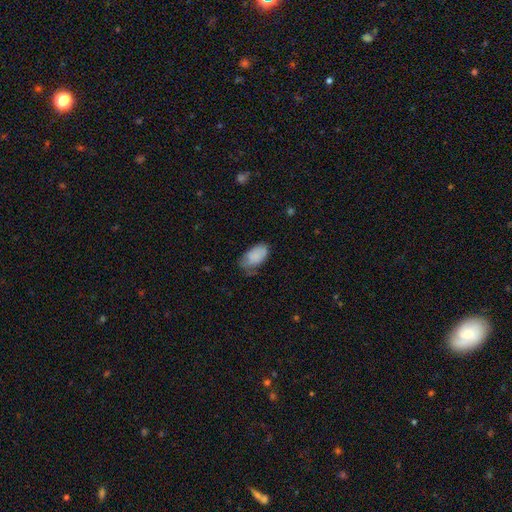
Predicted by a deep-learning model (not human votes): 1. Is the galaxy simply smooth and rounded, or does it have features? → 83% smooth, 10% featured or disk, 7% star or artifact.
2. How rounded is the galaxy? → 94% in between, 4% round, 2% cigar-shaped.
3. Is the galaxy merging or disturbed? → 46% none, 38% minor disturbance, 13% major disturbance, 2% merger.